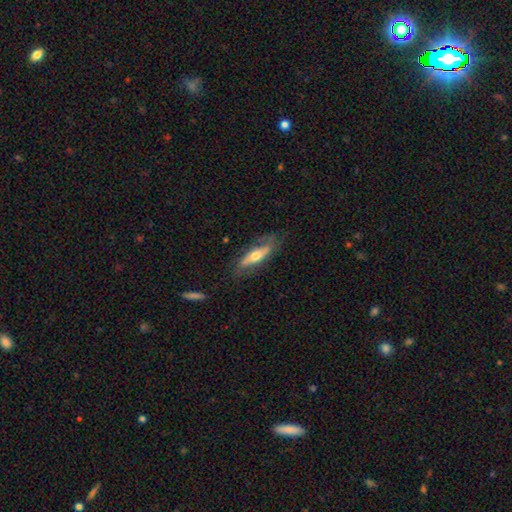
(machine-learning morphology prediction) Q: Smooth or featured?
A: featured or disk (50%); runner-up: smooth (44%)
Q: Merging?
A: none (69%); runner-up: minor disturbance (22%)